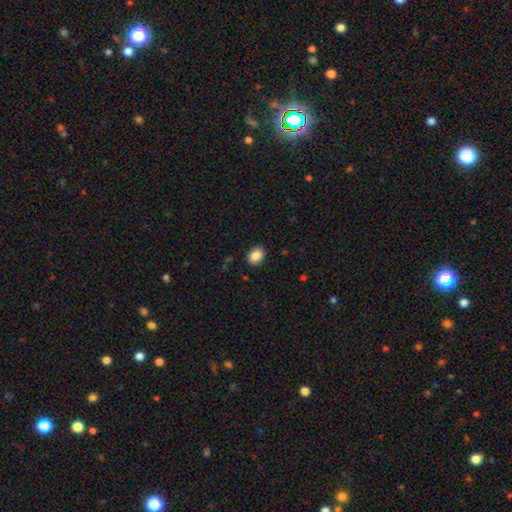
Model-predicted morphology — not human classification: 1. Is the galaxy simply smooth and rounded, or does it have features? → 87% smooth, 8% star or artifact, 5% featured or disk.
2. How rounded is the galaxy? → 62% in between, 37% round, 1% cigar-shaped.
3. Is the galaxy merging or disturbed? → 89% none, 8% minor disturbance, 2% major disturbance, 1% merger.